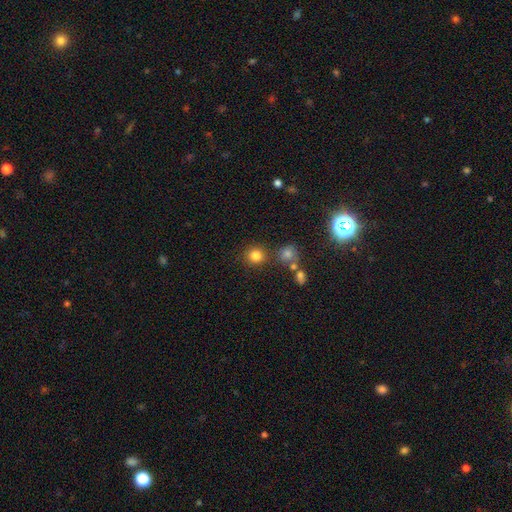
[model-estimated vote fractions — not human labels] Q: Smooth or featured?
A: smooth (81%); runner-up: star or artifact (13%)
Q: How rounded?
A: round (89%); runner-up: in between (10%)
Q: Merging?
A: none (79%); runner-up: merger (9%)